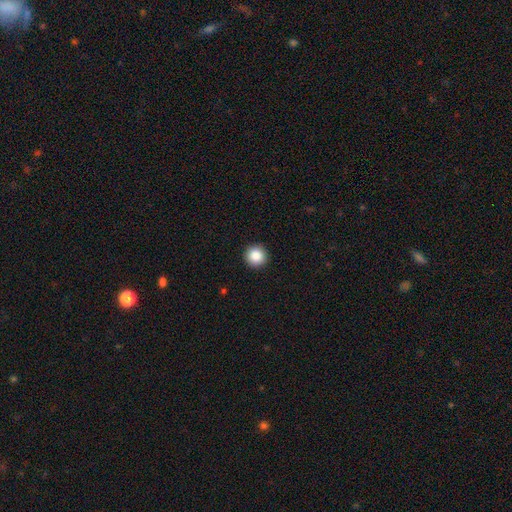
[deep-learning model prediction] smooth_or_featured: smooth (p=0.88) [alt: star or artifact p=0.09]
how_rounded: round (p=0.96) [alt: in between p=0.03]
merging: none (p=0.93) [alt: minor disturbance p=0.04]